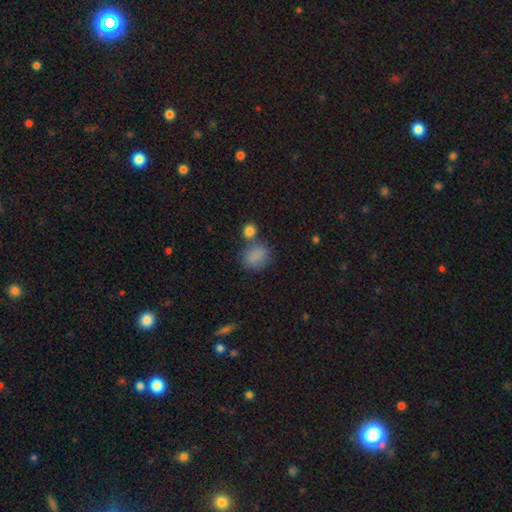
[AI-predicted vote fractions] Q: Smooth or featured?
A: smooth (84%); runner-up: star or artifact (10%)
Q: How rounded?
A: round (56%); runner-up: in between (43%)
Q: Merging?
A: none (57%); runner-up: merger (20%)